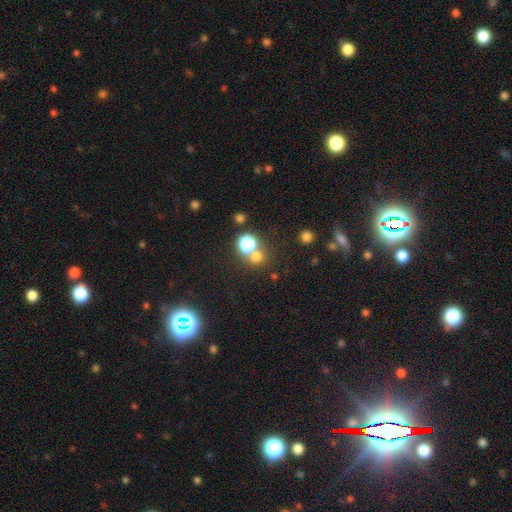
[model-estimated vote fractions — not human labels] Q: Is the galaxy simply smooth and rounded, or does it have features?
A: smooth — 66%.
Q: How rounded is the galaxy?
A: round — 87%.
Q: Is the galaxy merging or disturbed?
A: none — 62%.